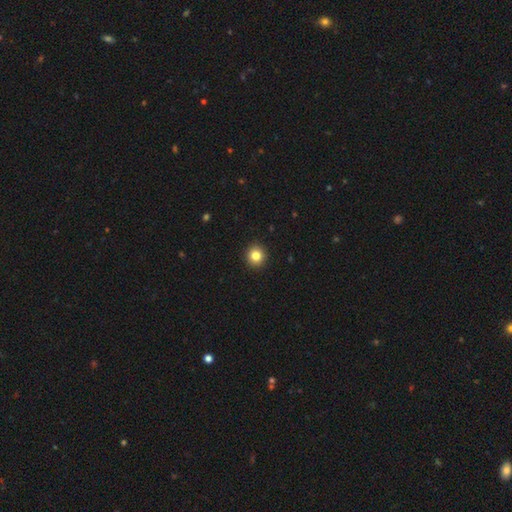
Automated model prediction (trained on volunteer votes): This is clearly a smooth galaxy (82%). How rounded: clearly round (92%). Merging: clearly none (93%).